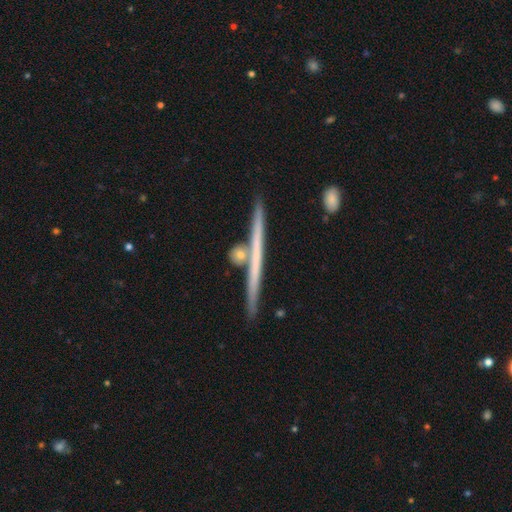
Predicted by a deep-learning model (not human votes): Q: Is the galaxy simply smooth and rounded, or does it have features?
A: featured or disk — 61%.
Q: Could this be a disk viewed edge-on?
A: yes — 97%.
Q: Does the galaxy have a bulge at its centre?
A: none — 85%.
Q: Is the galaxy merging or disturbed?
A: none — 79%.